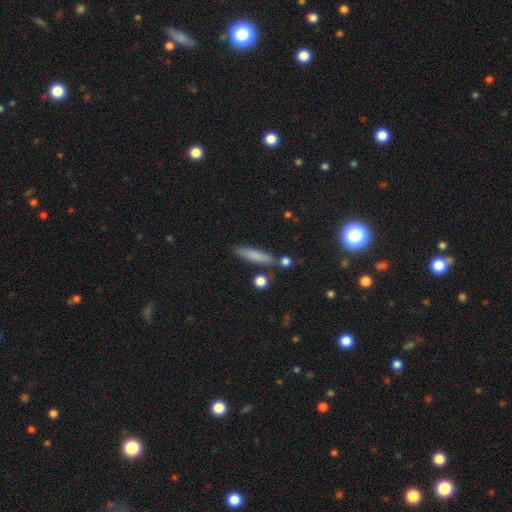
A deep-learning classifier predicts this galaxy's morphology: smooth_or_featured: smooth (p=0.75) [alt: featured or disk p=0.16]
how_rounded: cigar-shaped (p=0.84) [alt: in between p=0.13]
merging: none (p=0.79) [alt: minor disturbance p=0.12]